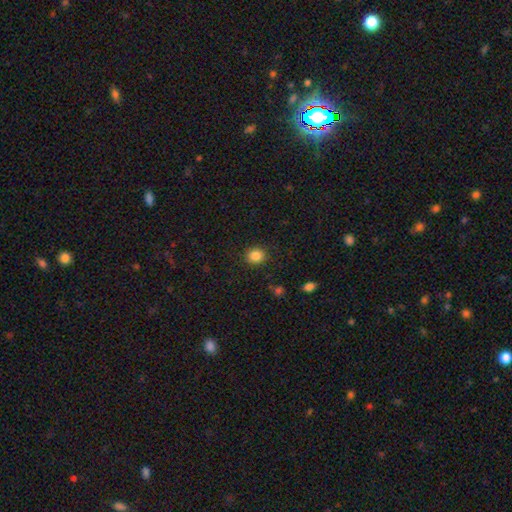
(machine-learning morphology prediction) Overall: smooth (85%). How rounded: round (78%). Merging: none (89%).